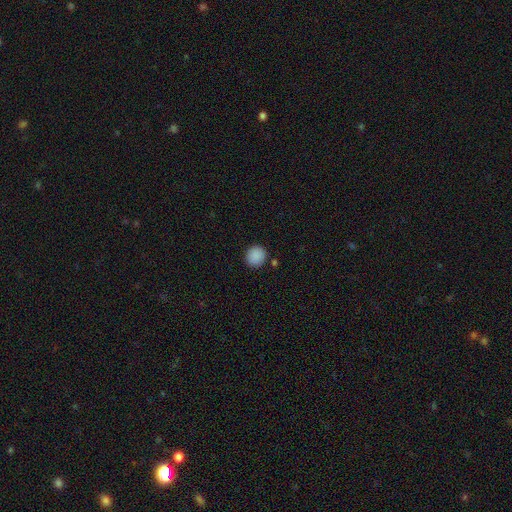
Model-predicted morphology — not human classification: smooth 89%, star or artifact 8%, featured or disk 3%. Down the decision tree: how rounded — round (88%); merging — none (87%).